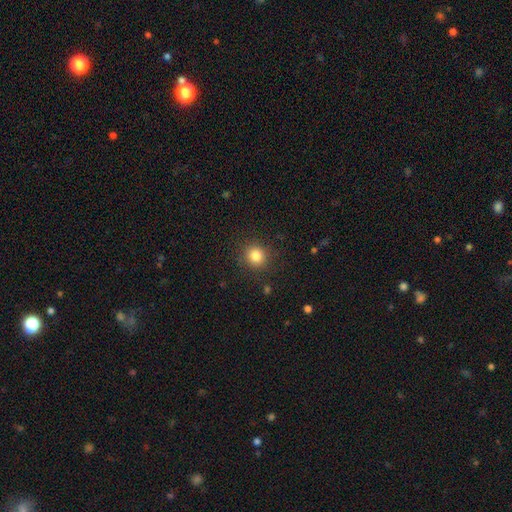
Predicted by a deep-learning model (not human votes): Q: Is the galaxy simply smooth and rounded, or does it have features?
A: smooth — 83%.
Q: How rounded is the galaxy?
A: round — 90%.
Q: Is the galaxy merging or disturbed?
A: none — 90%.